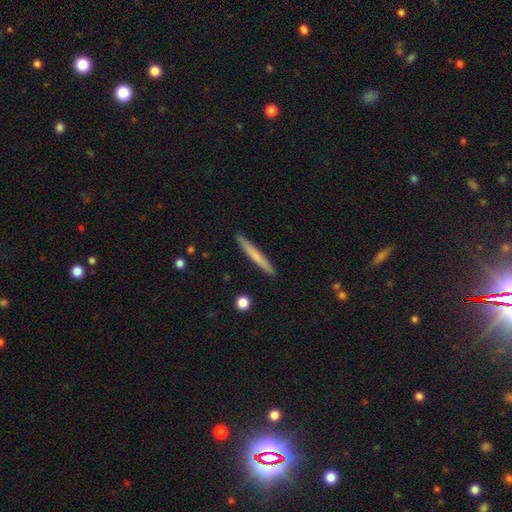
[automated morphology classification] smooth 65%, featured or disk 29%, star or artifact 6%. Down the decision tree: how rounded — cigar-shaped (97%); merging — none (92%).